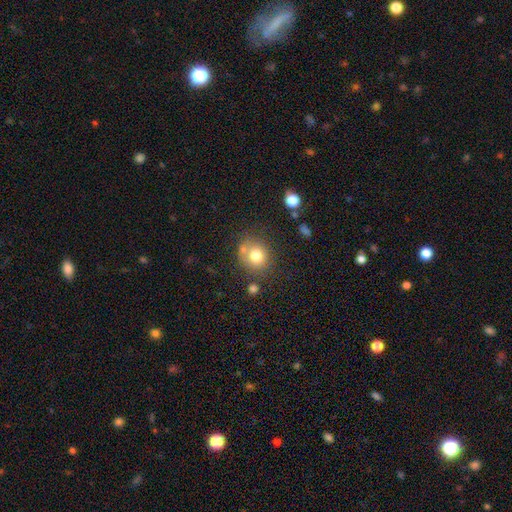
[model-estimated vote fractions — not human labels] A smooth galaxy with no disk features (77%) that is round (80%).

Vote fractions:
- Smooth or featured? smooth: 77% / featured or disk: 12% / star or artifact: 11%
- How rounded? round: 80% / in between: 19% / cigar-shaped: 1%
- Merging? none: 63% / minor disturbance: 16% / merger: 15% / major disturbance: 6%